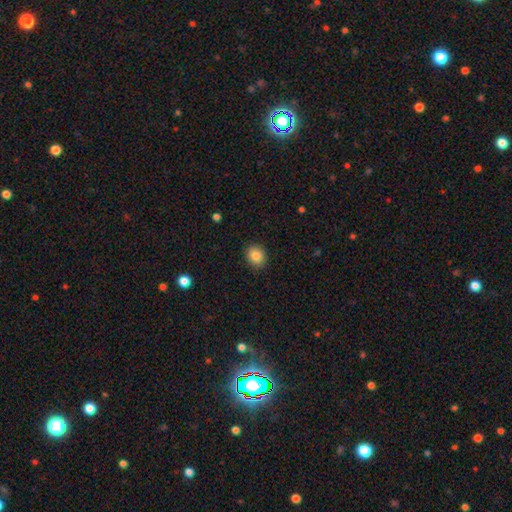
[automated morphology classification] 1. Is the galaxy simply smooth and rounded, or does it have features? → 85% smooth, 9% star or artifact, 6% featured or disk.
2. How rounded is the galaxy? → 59% round, 40% in between, 1% cigar-shaped.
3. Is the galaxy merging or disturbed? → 89% none, 8% minor disturbance, 2% major disturbance, 1% merger.